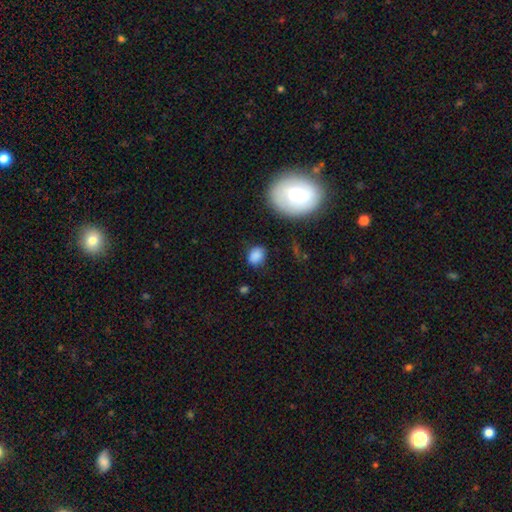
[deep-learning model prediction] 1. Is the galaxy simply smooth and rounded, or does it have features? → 84% smooth, 10% star or artifact, 6% featured or disk.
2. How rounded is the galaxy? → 56% in between, 42% round, 2% cigar-shaped.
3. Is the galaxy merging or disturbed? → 74% none, 18% minor disturbance, 5% major disturbance, 3% merger.